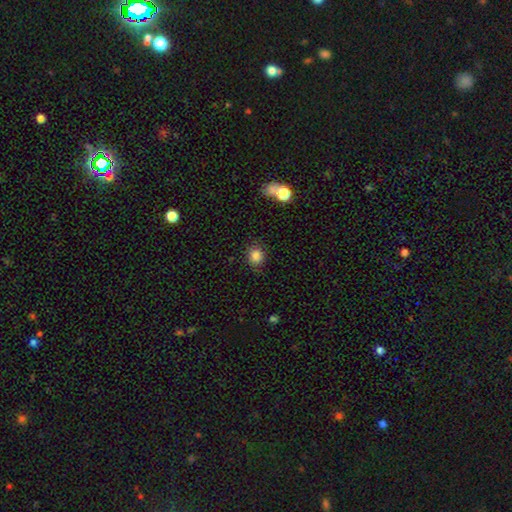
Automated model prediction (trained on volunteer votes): The model was most divided on "how rounded": round: 71%, in between: 28%, cigar-shaped: 1%. More confident: merging — none (84%); smooth or featured — smooth (83%).